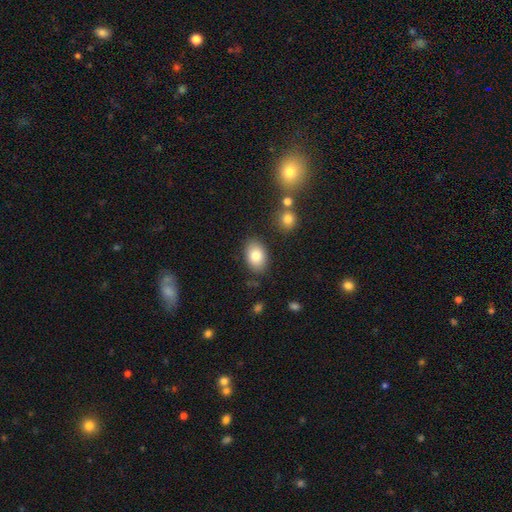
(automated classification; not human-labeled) smooth 81%, featured or disk 11%, star or artifact 8%. Down the decision tree: how rounded — in between (86%); merging — none (83%).